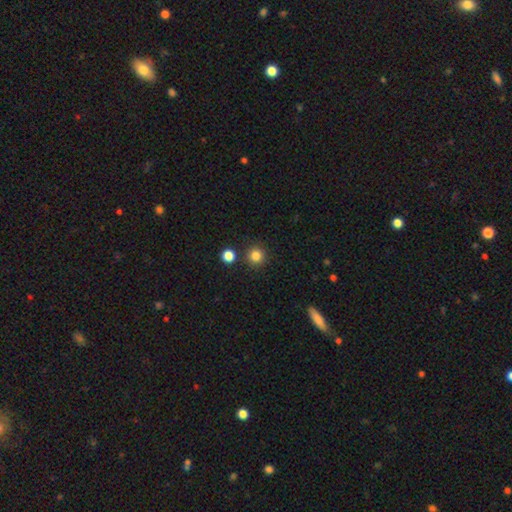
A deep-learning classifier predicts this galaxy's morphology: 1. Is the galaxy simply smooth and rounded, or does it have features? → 84% smooth, 12% star or artifact, 4% featured or disk.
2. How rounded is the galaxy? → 94% round, 5% in between, 1% cigar-shaped.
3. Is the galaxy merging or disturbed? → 87% none, 6% minor disturbance, 5% merger, 2% major disturbance.